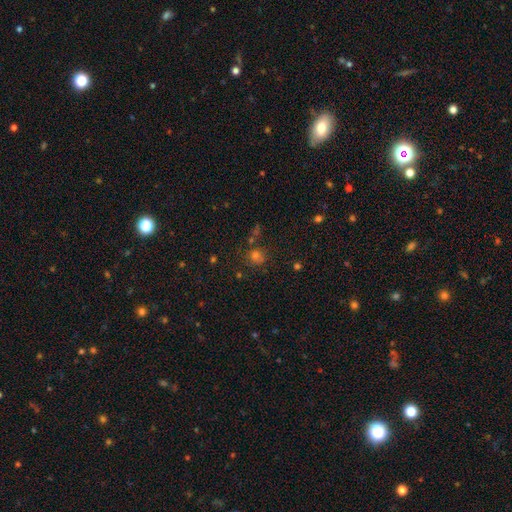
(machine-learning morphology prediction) The model was most divided on "smooth or featured": smooth: 60%, star or artifact: 32%, featured or disk: 8%. More confident: how rounded — round (84%); merging — none (72%).